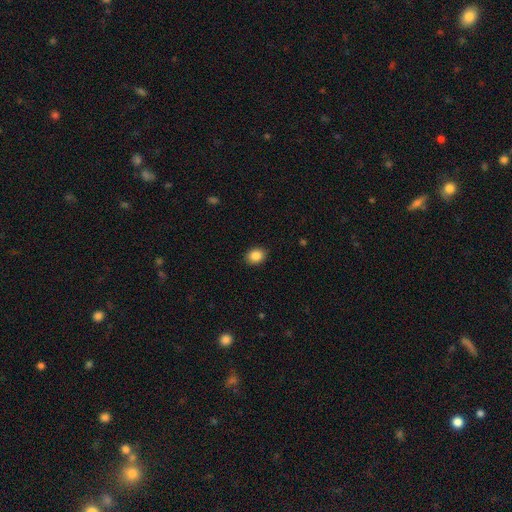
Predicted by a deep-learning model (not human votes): Overall: smooth (86%). How rounded: in between (52%; round 47%). Merging: none (90%).